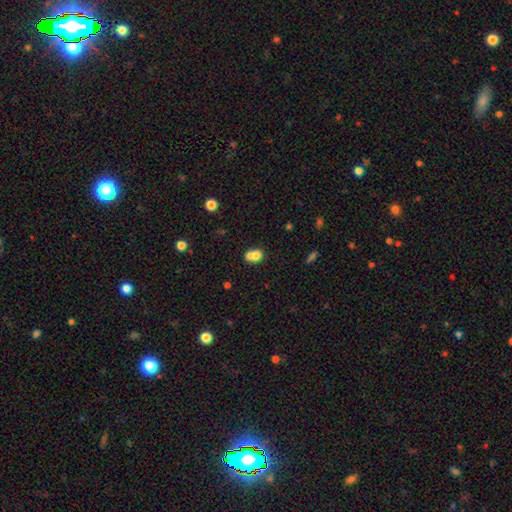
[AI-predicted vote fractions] Q: Smooth or featured?
A: smooth (71%); runner-up: featured or disk (18%)
Q: How rounded?
A: in between (55%); runner-up: round (44%)
Q: Merging?
A: merger (61%); runner-up: none (25%)